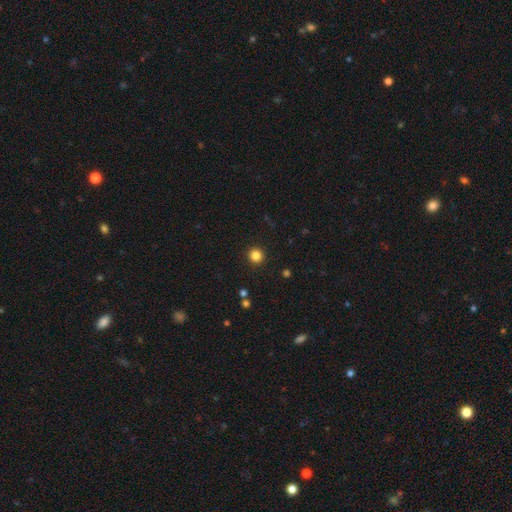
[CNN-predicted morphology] A smooth galaxy with no disk features (84%) that is round (95%).

Vote fractions:
- Smooth or featured? smooth: 84% / star or artifact: 12% / featured or disk: 4%
- How rounded? round: 95% / in between: 4% / cigar-shaped: 1%
- Merging? none: 93% / minor disturbance: 4% / major disturbance: 2% / merger: 1%